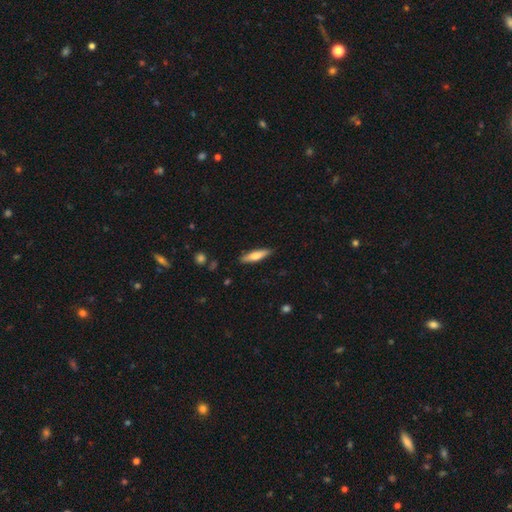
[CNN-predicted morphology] This appears to be a smooth galaxy with no disk features (63%) that is cigar-shaped (72%). Merging: none (88%).